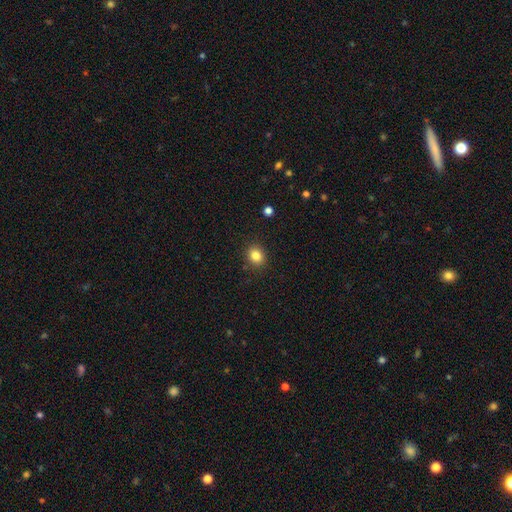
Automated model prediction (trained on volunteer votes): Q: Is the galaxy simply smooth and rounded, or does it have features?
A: smooth — 83%.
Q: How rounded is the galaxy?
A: round — 71%.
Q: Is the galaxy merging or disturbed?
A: none — 88%.